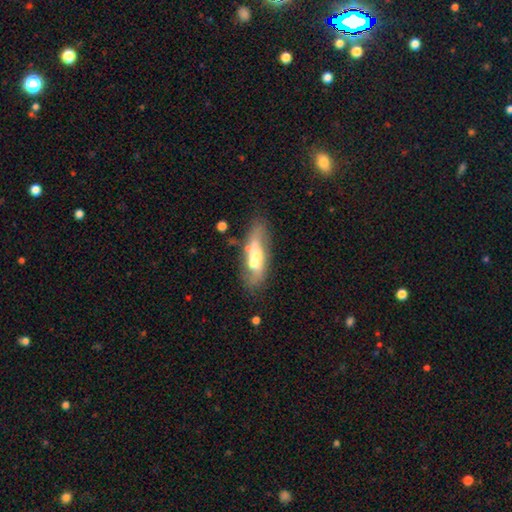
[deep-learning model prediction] Q: Smooth or featured?
A: featured or disk (53%); runner-up: smooth (38%)
Q: Edge-on disk?
A: no (57%); runner-up: yes (43%)
Q: Merging?
A: none (53%); runner-up: merger (21%)